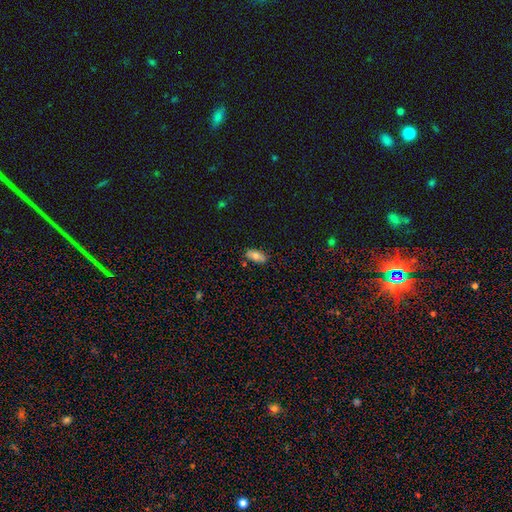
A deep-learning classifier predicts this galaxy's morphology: smooth-or-featured: smooth: 72% | featured or disk: 20% | star or artifact: 8%
  how-rounded: in between: 91% | cigar-shaped: 5% | round: 4%
  merging: none: 81% | minor disturbance: 14% | major disturbance: 2% | merger: 2%